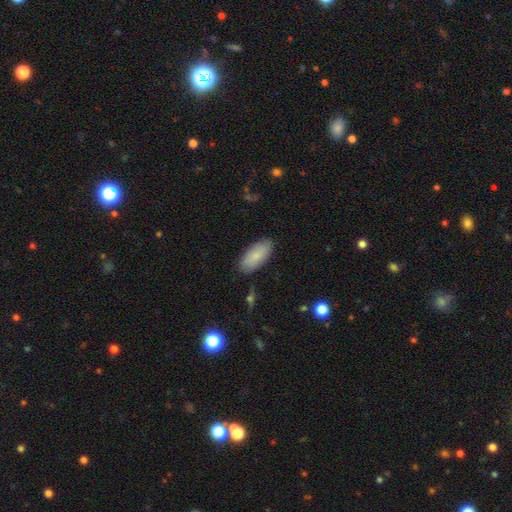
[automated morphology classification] This appears to be a smooth galaxy with no disk features (84%) that is in between round and cigar-shaped (88%). Merging: none (86%).